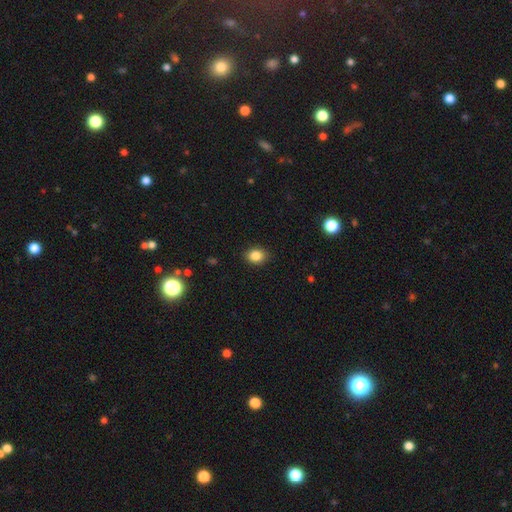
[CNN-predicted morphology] This appears to be a smooth galaxy with no disk features (86%) that is in between round and cigar-shaped (50%). Merging: none (88%).